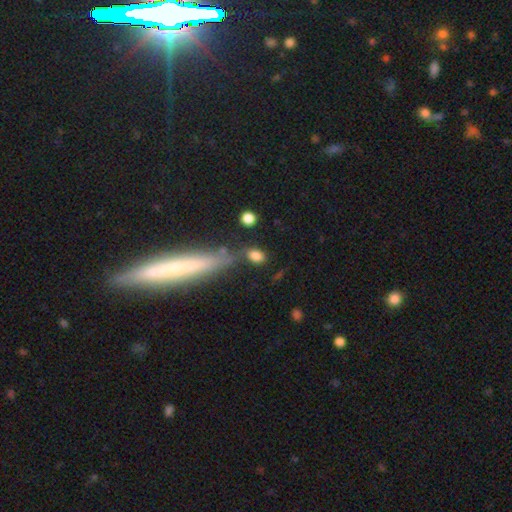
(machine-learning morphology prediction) A smooth galaxy with no disk features (82%) that is in between round and cigar-shaped (76%). Merging: none (68%).